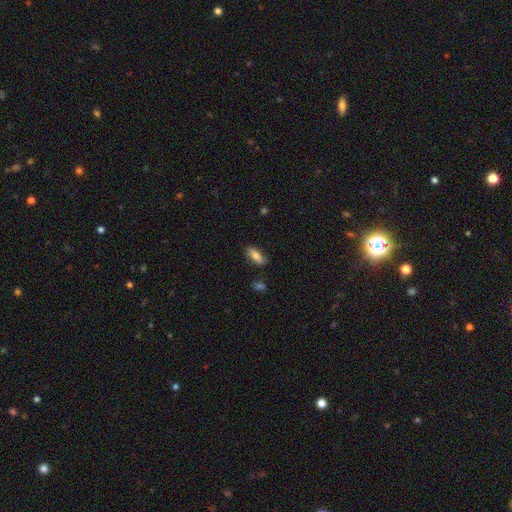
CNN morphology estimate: type=smooth (78%); roundness=in between (75%); merging=none (80%).